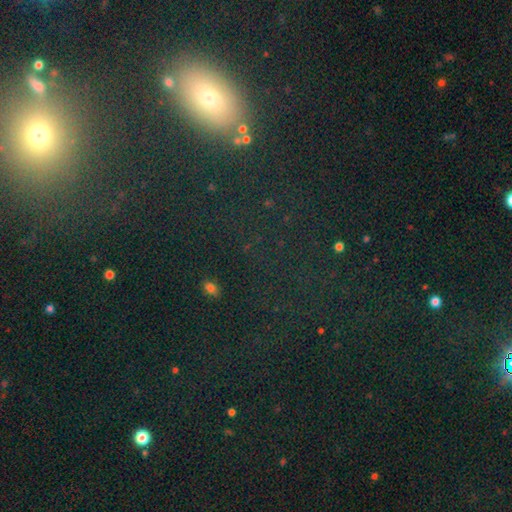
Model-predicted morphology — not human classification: smooth-or-featured: star or artifact: 56% | smooth: 32% | featured or disk: 12%